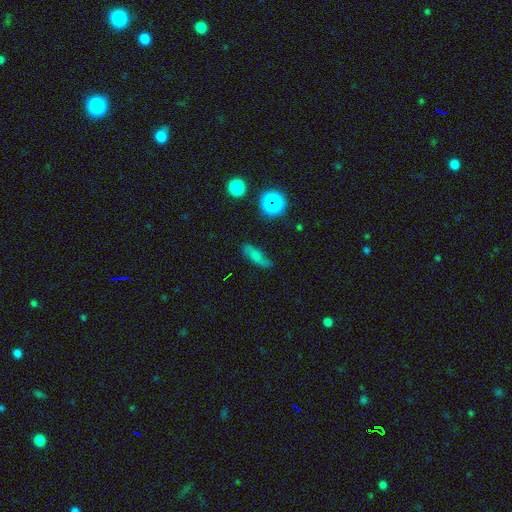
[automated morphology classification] type=smooth (60%); roundness=in between (54%); merging=none (69%).